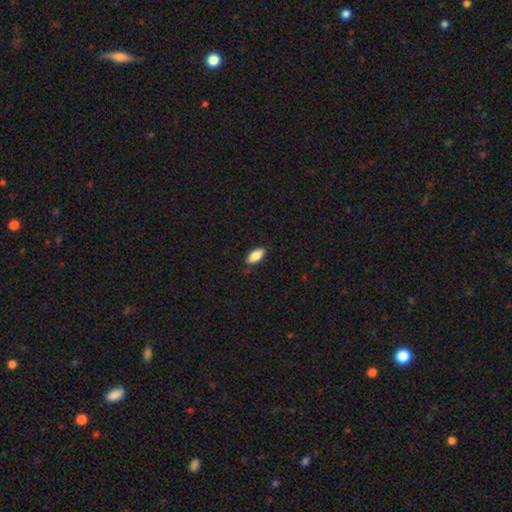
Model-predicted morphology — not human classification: type=smooth (84%); roundness=in between (87%); merging=none (84%).